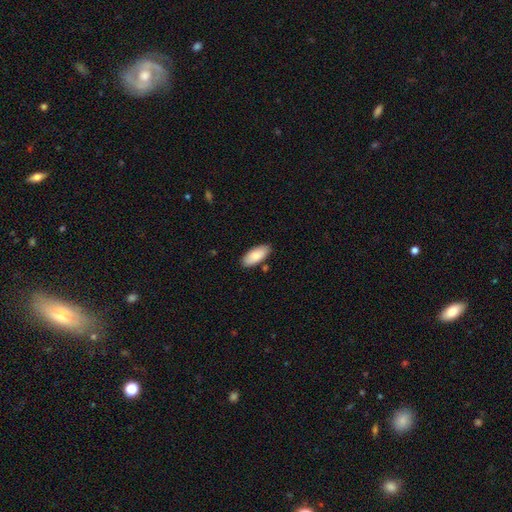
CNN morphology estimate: type=smooth (84%); roundness=in between (88%); merging=none (83%).